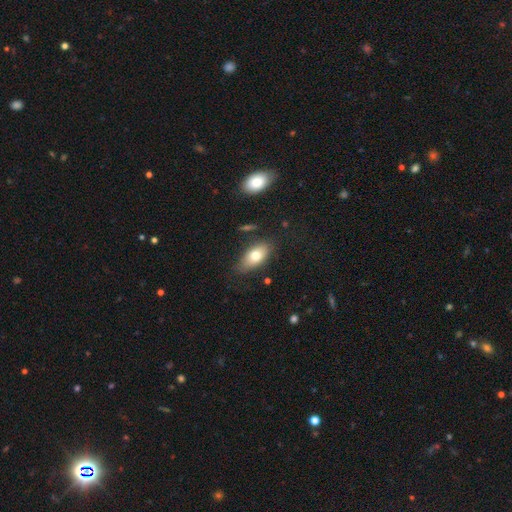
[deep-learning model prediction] A smooth galaxy with no disk features (74%) that is in between round and cigar-shaped (88%).

Vote fractions:
- Smooth or featured? smooth: 74% / featured or disk: 18% / star or artifact: 8%
- How rounded? in between: 88% / round: 6% / cigar-shaped: 5%
- Merging? none: 74% / minor disturbance: 19% / major disturbance: 5% / merger: 3%